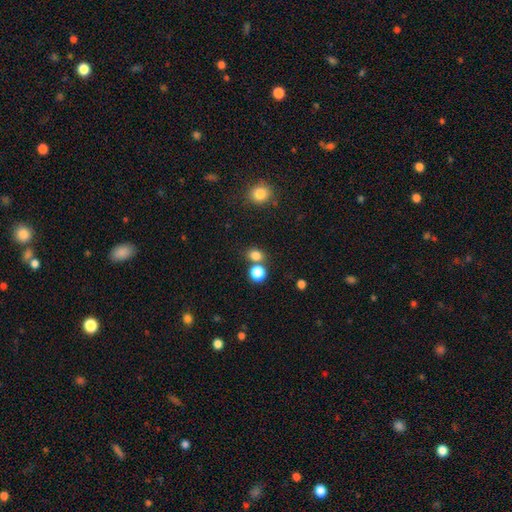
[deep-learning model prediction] This appears to be a smooth galaxy with no disk features (80%) that is round (61%). Merging: none (64%).